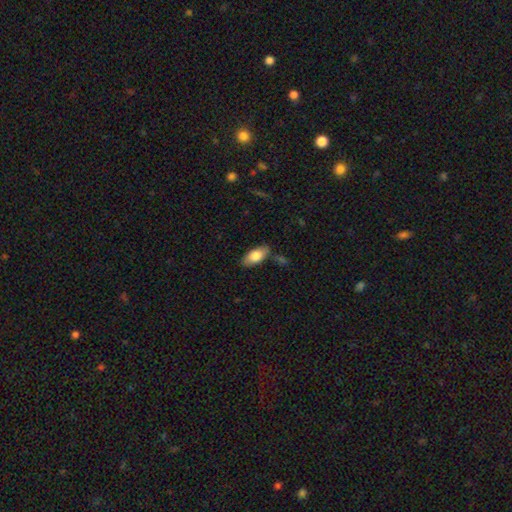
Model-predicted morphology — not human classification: smooth 79%, featured or disk 15%, star or artifact 6%. Down the decision tree: how rounded — in between (89%); merging — none (79%).